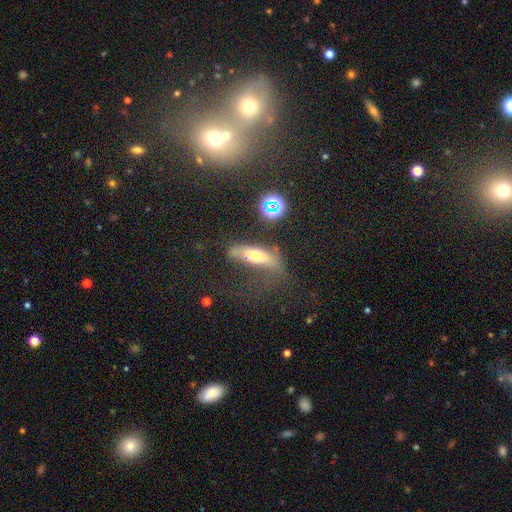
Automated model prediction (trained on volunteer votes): Overall: smooth (49%; featured or disk 37%). Merging: major disturbance (39%; none 32%).